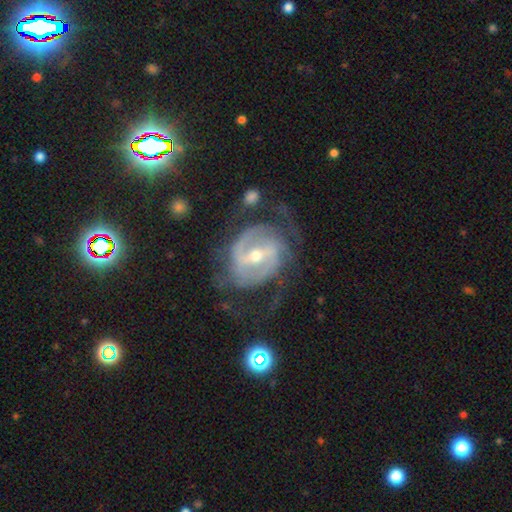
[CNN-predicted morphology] The model was most divided on "bulge size" (2-way tie): small: 48%, moderate: 48%, large: 2%, none: 1%, dominant: 1%. Remaining: edge-on disk — no (97%); spiral arms — yes (92%); smooth or featured — featured or disk (88%); spiral arm count — 2 (65%); merging — none (59%); bar — strong (55%); spiral winding — medium (44%).